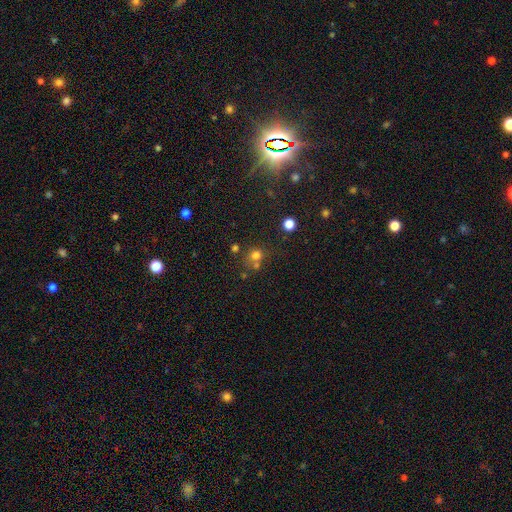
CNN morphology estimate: Overall: smooth (71%). How rounded: round (82%). Merging: none (53%; merger 31%).